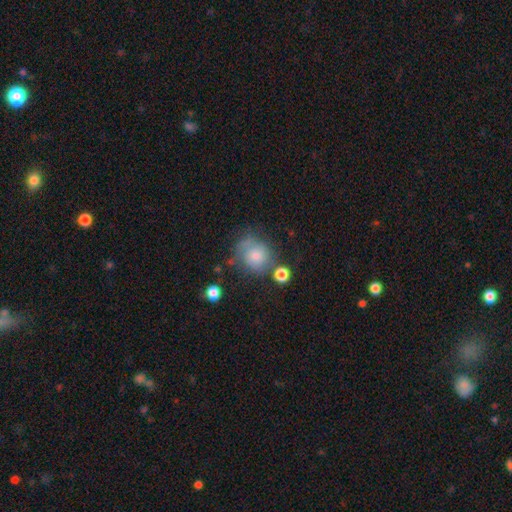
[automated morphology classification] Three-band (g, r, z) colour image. It shows a smooth galaxy with no disk features (63%) that is round (78%). Merging: none (52%).